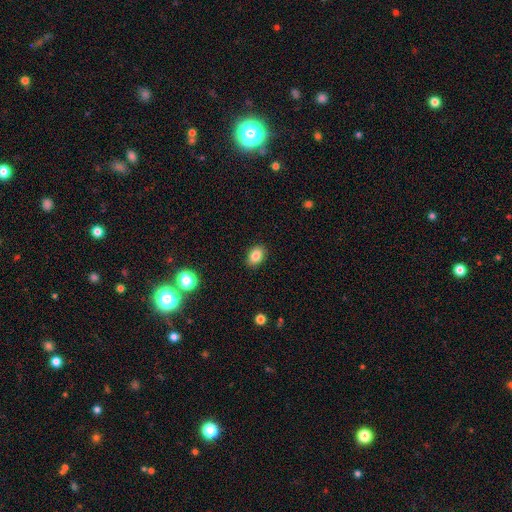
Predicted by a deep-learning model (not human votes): smooth 85%, star or artifact 9%, featured or disk 6%. Down the decision tree: how rounded — in between (79%); merging — none (89%).